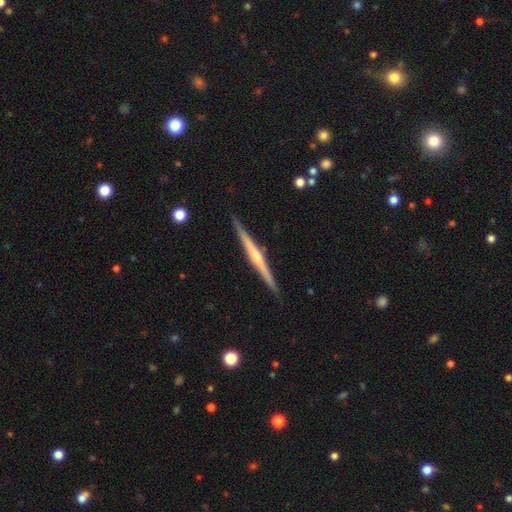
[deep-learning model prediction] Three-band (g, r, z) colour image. It shows a featured or disk galaxy (81%) viewed edge-on (99%) with a rounded central bulge (74%). Merging: none (92%).